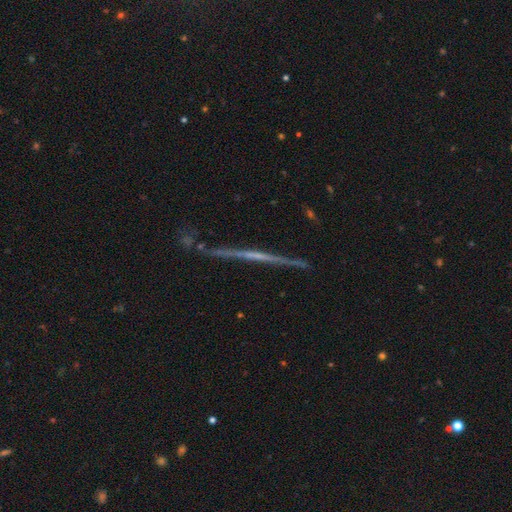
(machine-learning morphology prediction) The model was most divided on "smooth or featured": featured or disk: 72%, smooth: 18%, star or artifact: 9%. More confident: edge-on disk — yes (97%); merging — none (84%); edge-on bulge — none (78%).